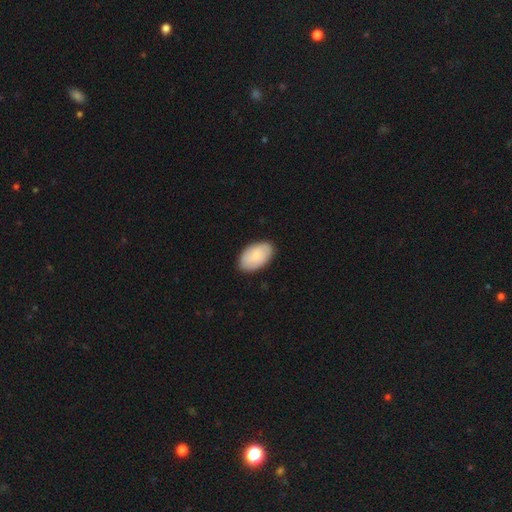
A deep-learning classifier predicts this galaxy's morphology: A smooth galaxy with no disk features (78%) that is in between round and cigar-shaped (94%).

Vote fractions:
- Smooth or featured? smooth: 78% / featured or disk: 17% / star or artifact: 6%
- How rounded? in between: 94% / round: 5% / cigar-shaped: 1%
- Merging? none: 85% / minor disturbance: 11% / major disturbance: 2% / merger: 1%